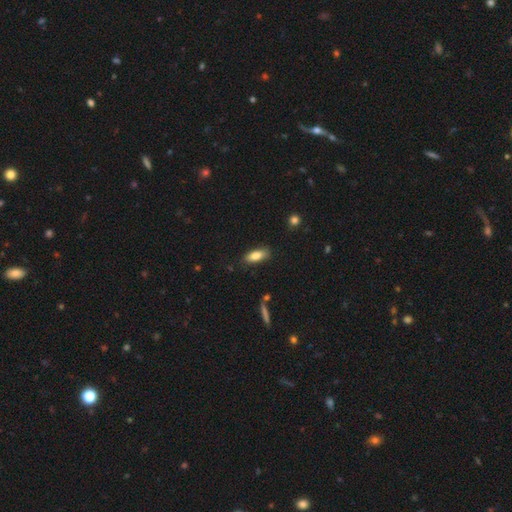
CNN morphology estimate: Q: Smooth or featured?
A: smooth (83%); runner-up: featured or disk (10%)
Q: How rounded?
A: in between (77%); runner-up: cigar-shaped (21%)
Q: Merging?
A: none (80%); runner-up: minor disturbance (15%)